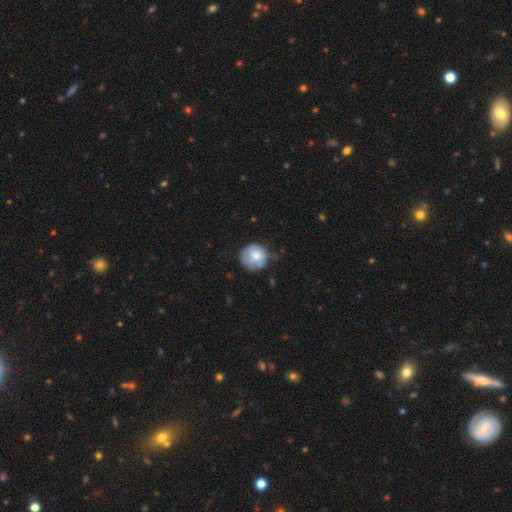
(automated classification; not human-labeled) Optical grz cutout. It shows a smooth galaxy with no disk features (70%) that is round (84%). Merging: none (46%).